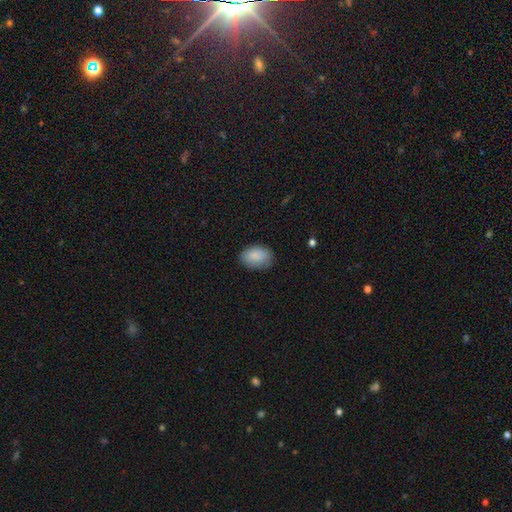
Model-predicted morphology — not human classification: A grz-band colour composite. It shows a smooth galaxy with no disk features (87%) that is in between round and cigar-shaped (85%). Merging: none (79%).